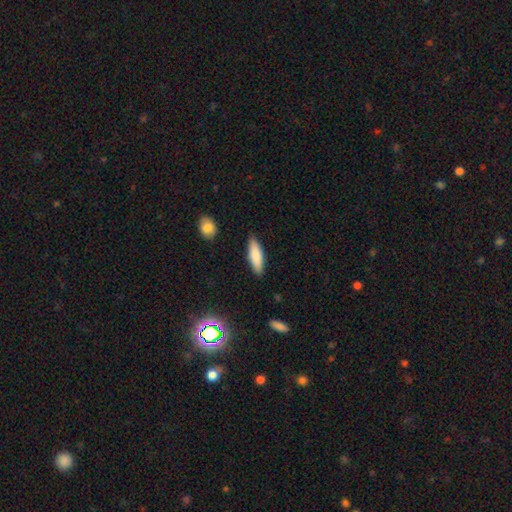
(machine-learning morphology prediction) A smooth galaxy with no disk features (84%) that is cigar-shaped (51%). Merging: none (87%).